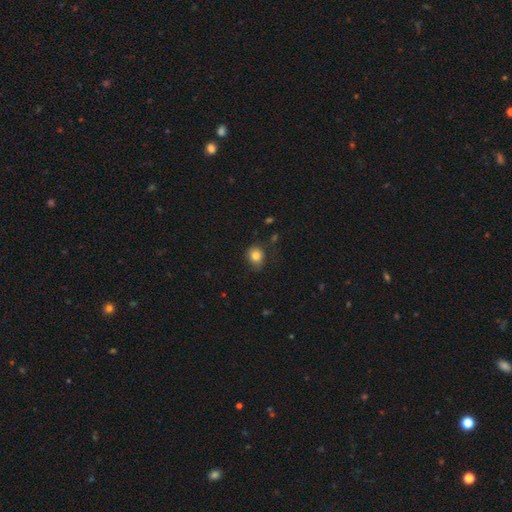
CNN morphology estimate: smooth-or-featured: smooth: 82% | star or artifact: 11% | featured or disk: 8%
  how-rounded: round: 71% | in between: 28% | cigar-shaped: 1%
  merging: none: 73% | minor disturbance: 20% | major disturbance: 5% | merger: 2%